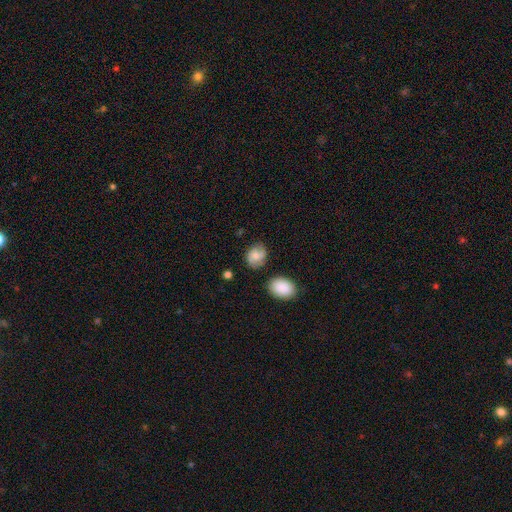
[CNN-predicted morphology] type=smooth (64%); roundness=in between (51%); merging=none (71%).